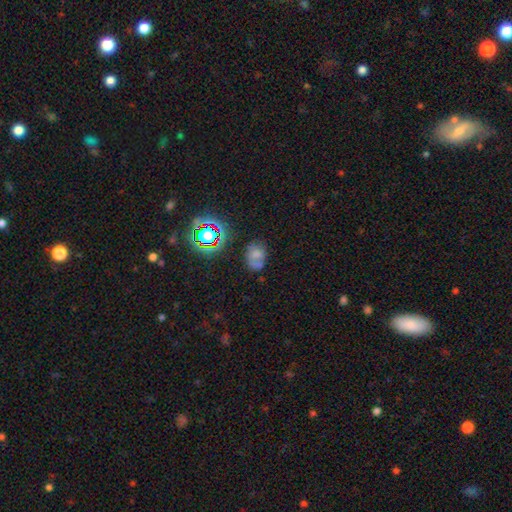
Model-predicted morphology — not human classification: smooth 54%, featured or disk 24%, star or artifact 22%. Down the decision tree: how rounded — in between (60%); merging — none (49%).